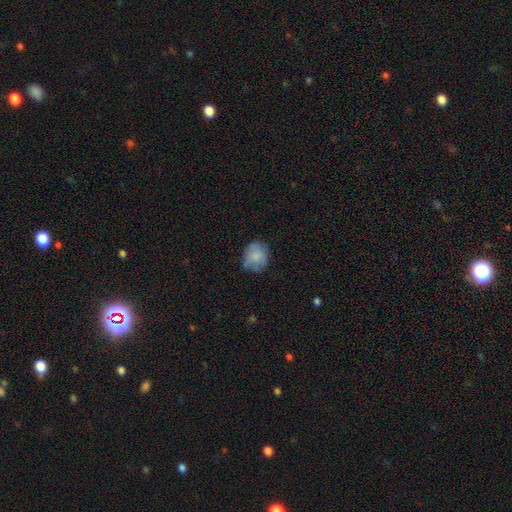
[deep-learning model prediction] A smooth galaxy with no disk features (77%) that is round (70%).

Vote fractions:
- Smooth or featured? smooth: 77% / featured or disk: 15% / star or artifact: 8%
- How rounded? round: 70% / in between: 29% / cigar-shaped: 1%
- Merging? none: 63% / minor disturbance: 28% / major disturbance: 8% / merger: 2%